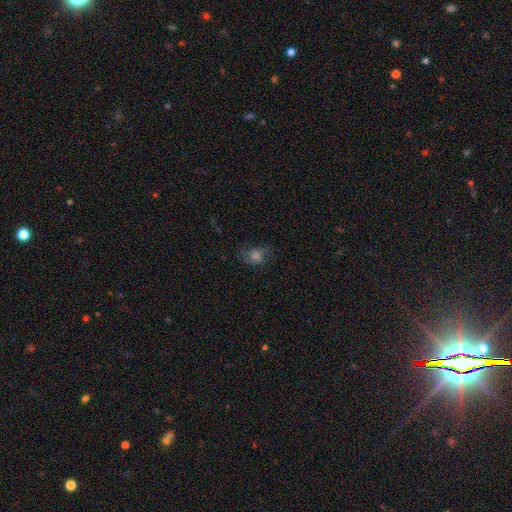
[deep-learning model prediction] Smooth or featured?
  - smooth: 55% *
  - featured or disk: 23%
  - star or artifact: 22%
How rounded?
  - in between: 52% *
  - round: 46%
  - cigar-shaped: 2%
Merging?
  - none: 63% *
  - minor disturbance: 22%
  - major disturbance: 13%
  - merger: 2%